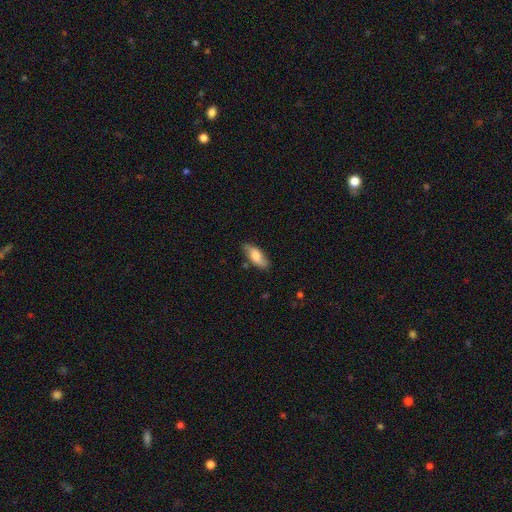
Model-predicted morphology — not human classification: This is likely a smooth galaxy (72%). How rounded: likely in between (78%). Merging: likely none (77%).